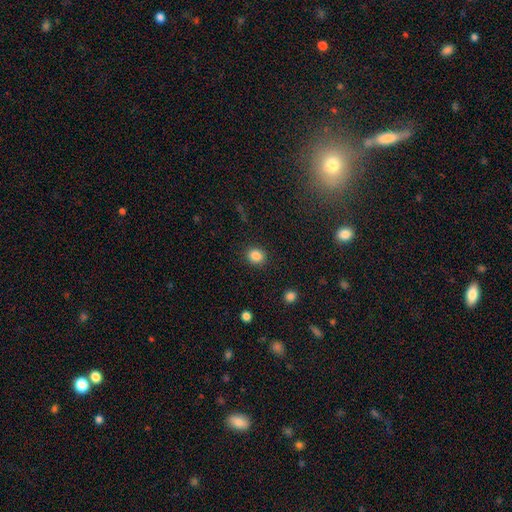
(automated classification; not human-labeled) Morphology: type=smooth (86%); roundness=round (69%); merging=none (89%).